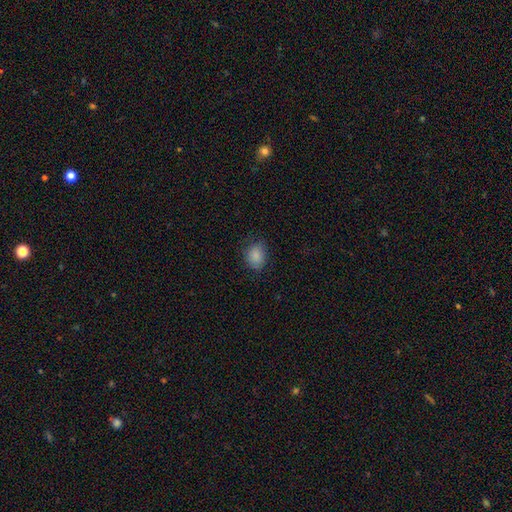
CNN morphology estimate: This is clearly a smooth galaxy (86%). How rounded: possibly in between (52%). Merging: likely none (75%).